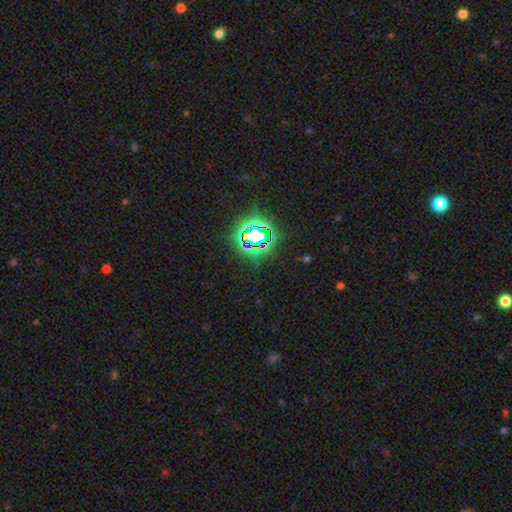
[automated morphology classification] The model was most divided on "smooth or featured": star or artifact: 77%, smooth: 15%, featured or disk: 8%.